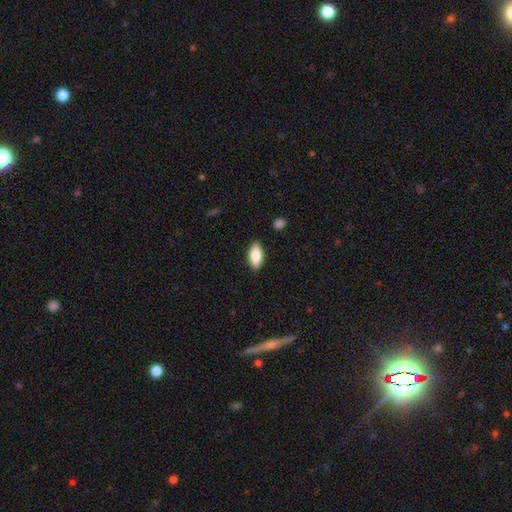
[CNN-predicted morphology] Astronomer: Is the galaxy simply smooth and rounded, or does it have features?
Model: smooth — 81%.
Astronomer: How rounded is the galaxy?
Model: in between — 87%.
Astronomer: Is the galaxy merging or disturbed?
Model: none — 86%.